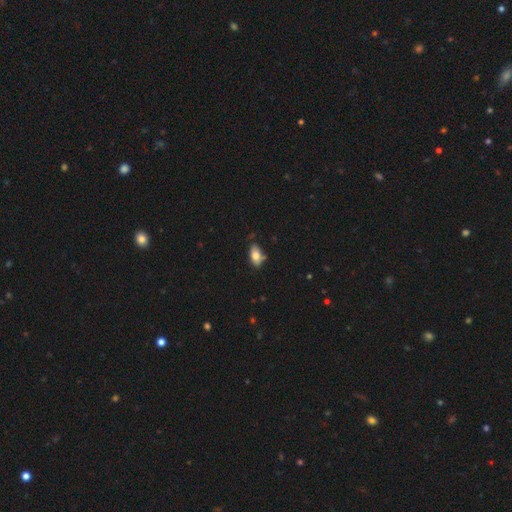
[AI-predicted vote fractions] A smooth galaxy with no disk features (78%) that is in between round and cigar-shaped (90%).

Vote fractions:
- Smooth or featured? smooth: 78% / featured or disk: 14% / star or artifact: 8%
- How rounded? in between: 90% / round: 5% / cigar-shaped: 5%
- Merging? none: 67% / minor disturbance: 24% / merger: 4% / major disturbance: 4%